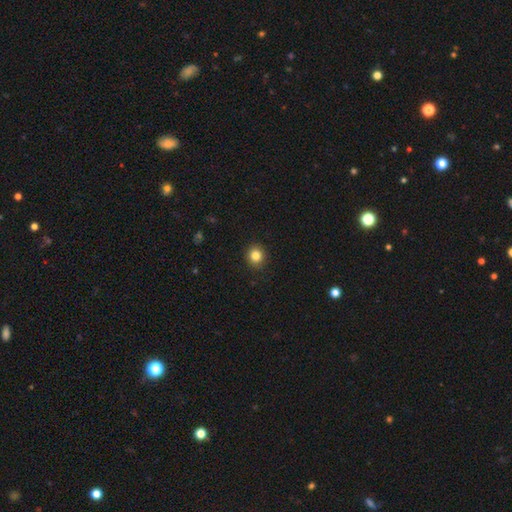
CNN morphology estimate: type=smooth (83%); roundness=round (89%); merging=none (92%).